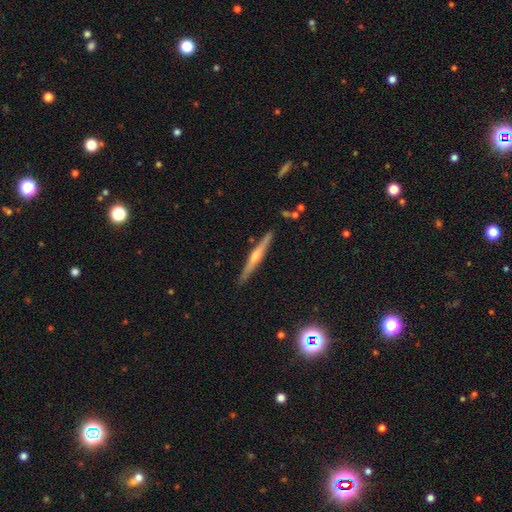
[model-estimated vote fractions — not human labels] Smooth or featured? featured or disk (74%)
Edge-on disk? yes (97%)
Edge-on bulge? rounded (83%)
Merging? none (88%)